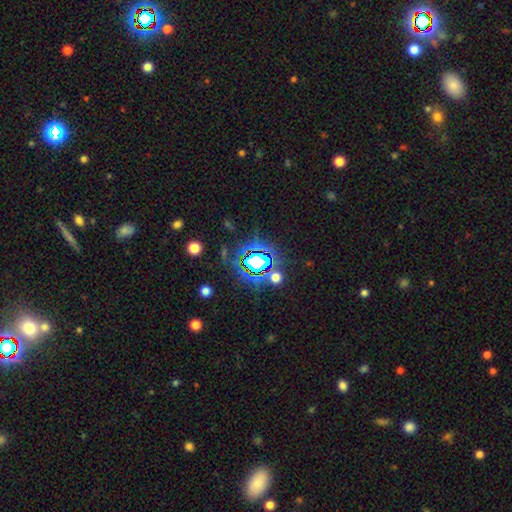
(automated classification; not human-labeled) Q: Smooth or featured?
A: star or artifact (69%); runner-up: smooth (18%)